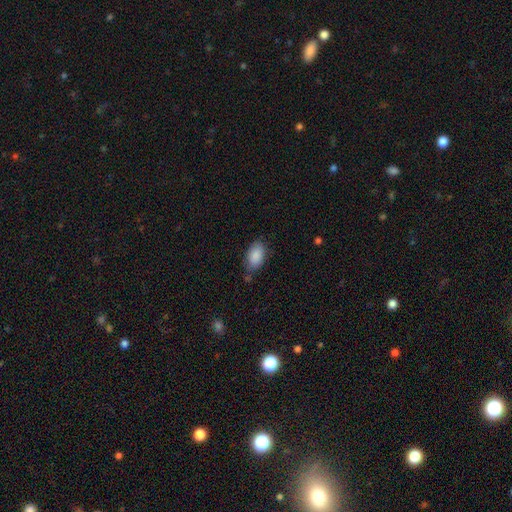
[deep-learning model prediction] smooth 88%, star or artifact 6%, featured or disk 5%. Down the decision tree: how rounded — in between (93%); merging — none (72%).